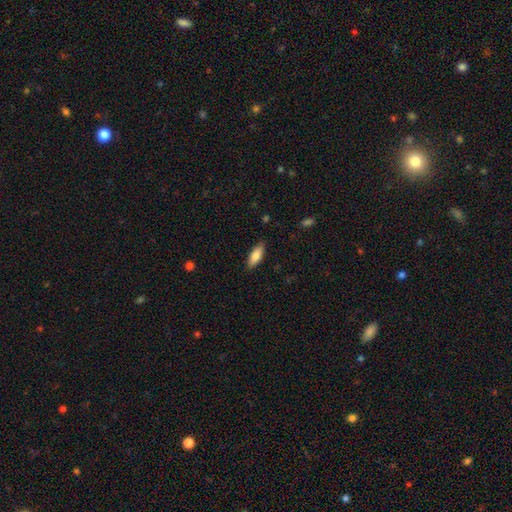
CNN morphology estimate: type=smooth (82%); roundness=in between (71%); merging=none (86%).